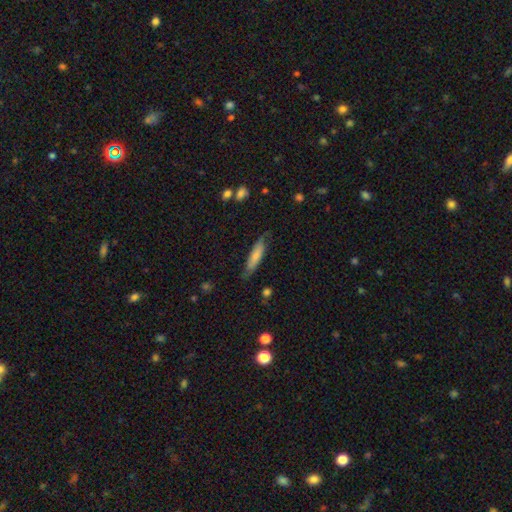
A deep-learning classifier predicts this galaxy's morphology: A smooth galaxy with no disk features (69%) that is cigar-shaped (72%).

Vote fractions:
- Smooth or featured? smooth: 69% / featured or disk: 25% / star or artifact: 6%
- How rounded? cigar-shaped: 72% / in between: 26% / round: 2%
- Merging? none: 70% / minor disturbance: 23% / major disturbance: 5% / merger: 2%